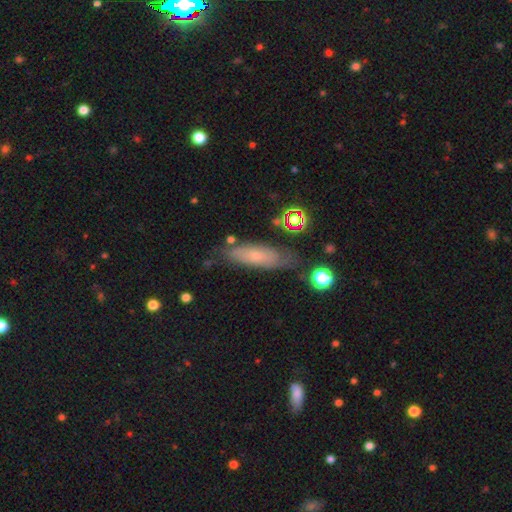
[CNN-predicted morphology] Smooth or featured?
  - smooth: 57% *
  - featured or disk: 32%
  - star or artifact: 11%
How rounded?
  - cigar-shaped: 51% *
  - in between: 46%
  - round: 3%
Merging?
  - none: 71% *
  - minor disturbance: 20%
  - major disturbance: 6%
  - merger: 4%